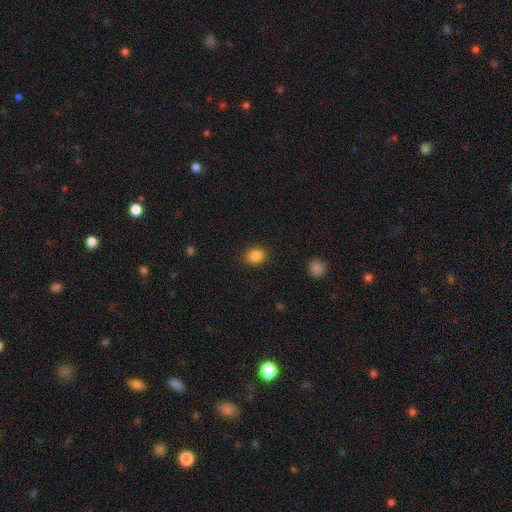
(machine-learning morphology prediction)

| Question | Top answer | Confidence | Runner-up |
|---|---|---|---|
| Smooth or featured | smooth | 86% | star or artifact (10%) |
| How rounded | round | 63% | in between (37%) |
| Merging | none | 89% | minor disturbance (8%) |